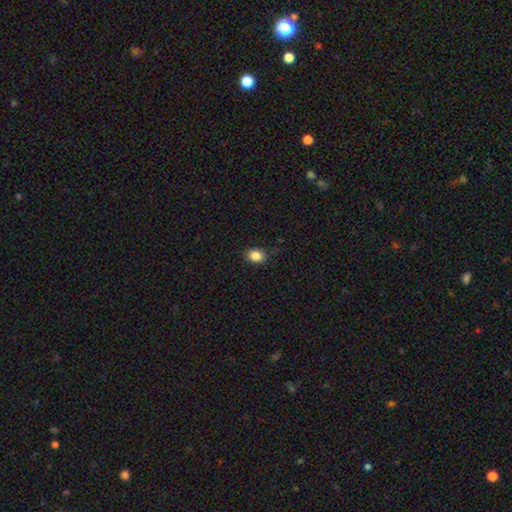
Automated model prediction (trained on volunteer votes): Morphology: type=smooth (86%); roundness=in between (53%); merging=none (86%).